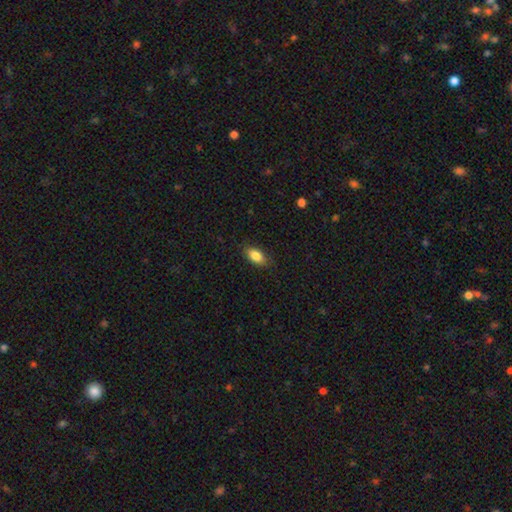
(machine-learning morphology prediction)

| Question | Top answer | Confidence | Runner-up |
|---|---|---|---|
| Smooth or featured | smooth | 85% | featured or disk (8%) |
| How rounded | in between | 90% | cigar-shaped (6%) |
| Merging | none | 85% | minor disturbance (11%) |